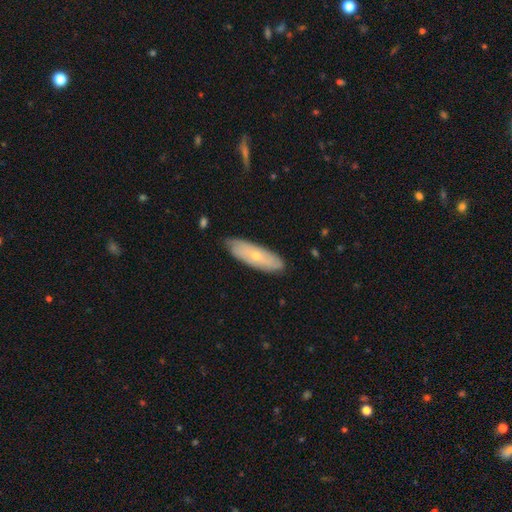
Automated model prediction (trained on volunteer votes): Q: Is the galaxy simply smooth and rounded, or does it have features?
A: smooth — 47%, tied with featured or disk.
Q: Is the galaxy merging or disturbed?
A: none — 79%.